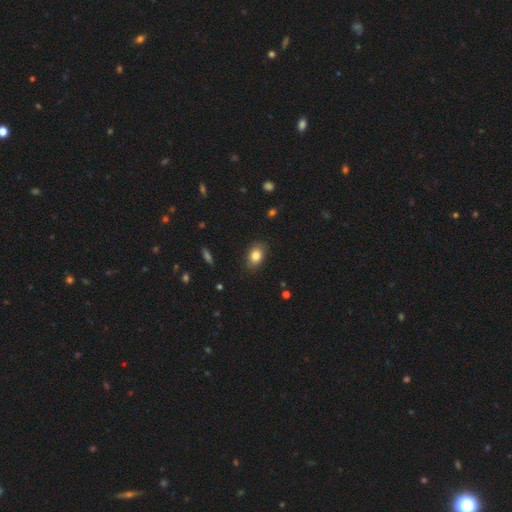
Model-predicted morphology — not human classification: This appears to be a smooth galaxy with no disk features (83%) that is in between round and cigar-shaped (80%). Merging: none (82%).